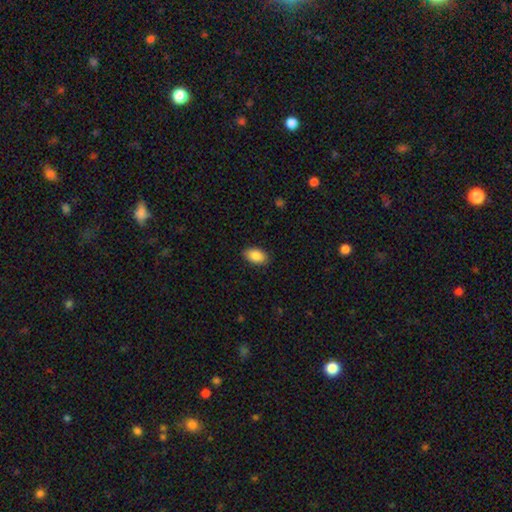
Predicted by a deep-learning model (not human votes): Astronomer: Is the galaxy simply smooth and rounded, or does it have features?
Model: smooth — 88%.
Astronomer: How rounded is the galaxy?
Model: in between — 92%.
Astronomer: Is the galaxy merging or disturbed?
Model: none — 88%.